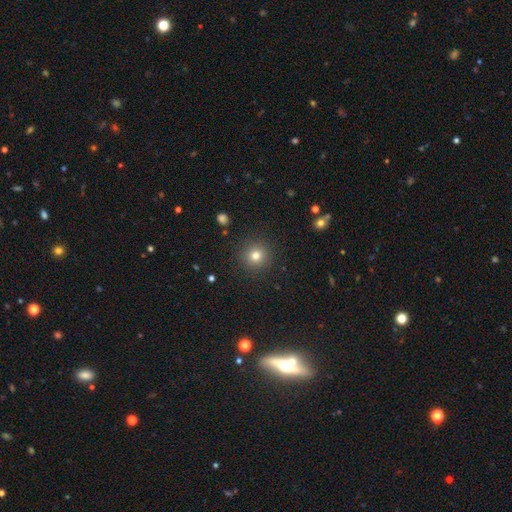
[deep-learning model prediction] Smooth or featured?
  - smooth: 78% *
  - star or artifact: 15%
  - featured or disk: 8%
How rounded?
  - round: 95% *
  - in between: 4%
  - cigar-shaped: 1%
Merging?
  - none: 91% *
  - minor disturbance: 6%
  - major disturbance: 2%
  - merger: 1%